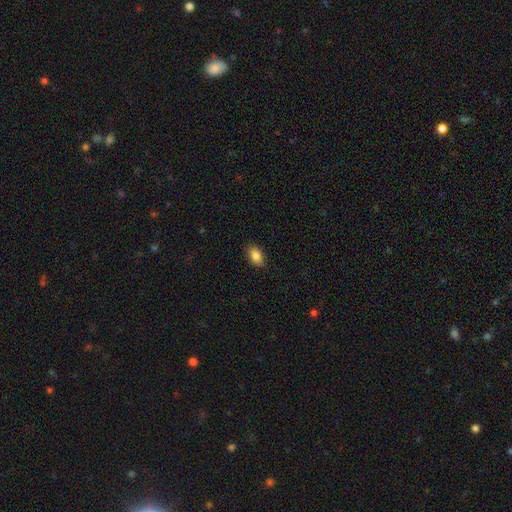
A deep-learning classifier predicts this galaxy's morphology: smooth 86%, star or artifact 8%, featured or disk 6%. Down the decision tree: how rounded — in between (90%); merging — none (87%).